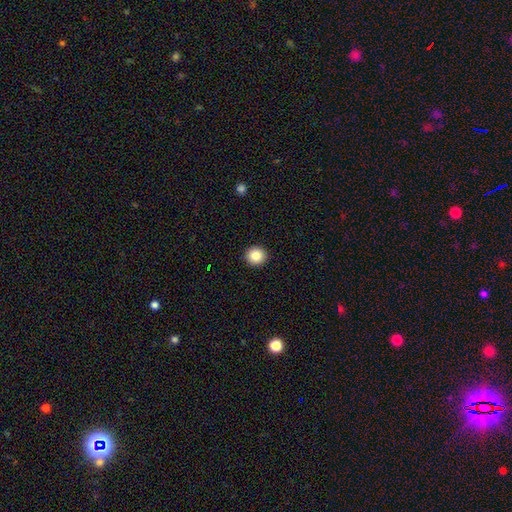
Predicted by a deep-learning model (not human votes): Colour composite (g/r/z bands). It shows a smooth galaxy with no disk features (85%) that is round (93%). Merging: none (93%).